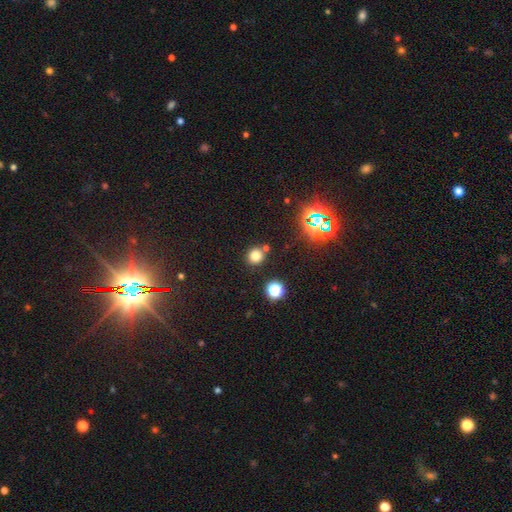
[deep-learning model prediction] Q: Smooth or featured?
A: smooth (73%); runner-up: star or artifact (20%)
Q: How rounded?
A: round (87%); runner-up: in between (12%)
Q: Merging?
A: none (79%); runner-up: merger (10%)